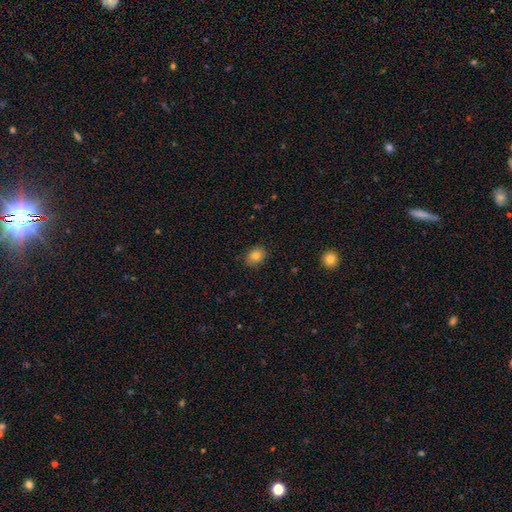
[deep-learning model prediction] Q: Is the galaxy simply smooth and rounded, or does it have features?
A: smooth — 81%.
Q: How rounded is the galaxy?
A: in between — 51%.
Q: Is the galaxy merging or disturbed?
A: none — 87%.